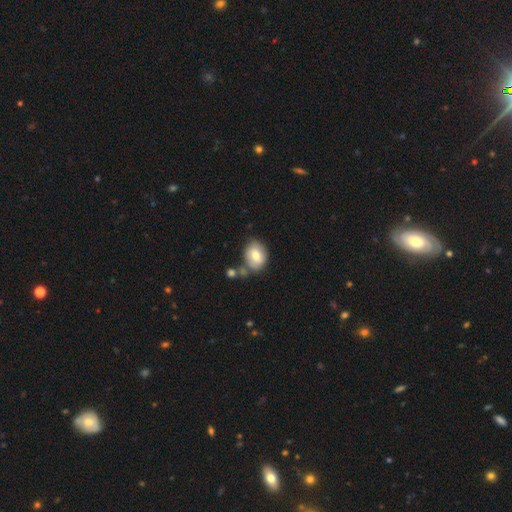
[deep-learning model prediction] The model was most divided on "how rounded": in between: 62%, round: 37%, cigar-shaped: 1%. More confident: smooth or featured — smooth (70%); merging — none (55%).